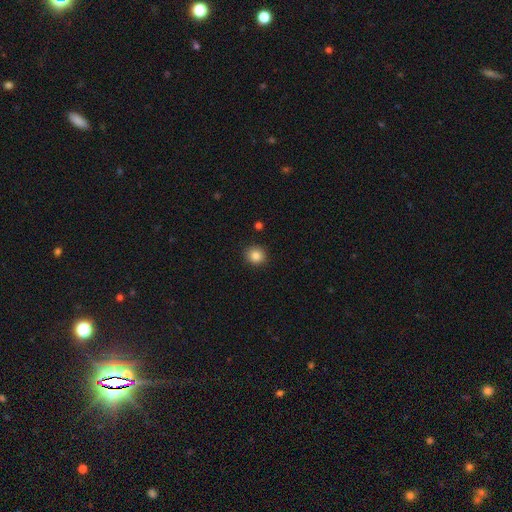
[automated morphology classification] Overall: smooth (85%). How rounded: round (88%). Merging: none (90%).